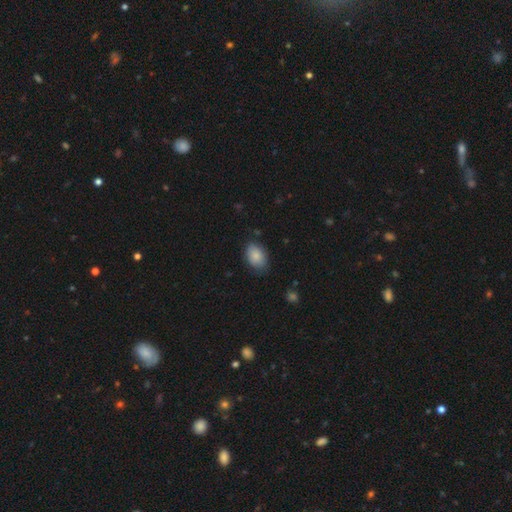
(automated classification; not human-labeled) Smooth or featured?
  - smooth: 87% *
  - star or artifact: 7%
  - featured or disk: 6%
How rounded?
  - in between: 82% *
  - round: 17%
  - cigar-shaped: 1%
Merging?
  - none: 75% *
  - minor disturbance: 20%
  - major disturbance: 4%
  - merger: 1%